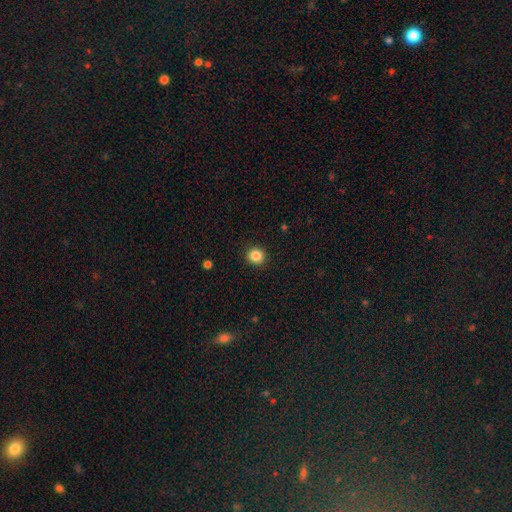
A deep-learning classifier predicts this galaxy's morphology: This appears to be a smooth galaxy with no disk features (86%) that is round (90%). Merging: none (92%).